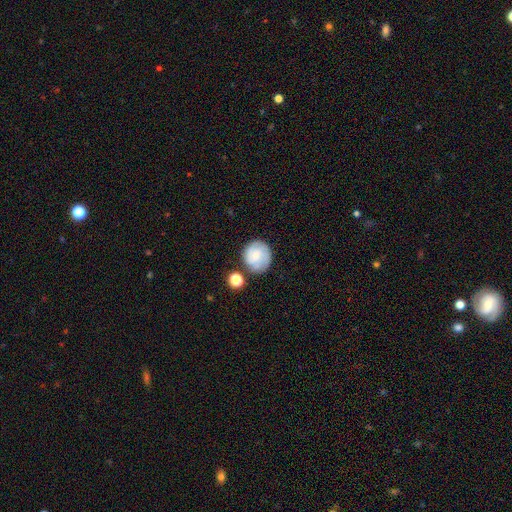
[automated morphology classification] This appears to be a smooth galaxy with no disk features (59%) that is round (87%). Merging: none (68%).